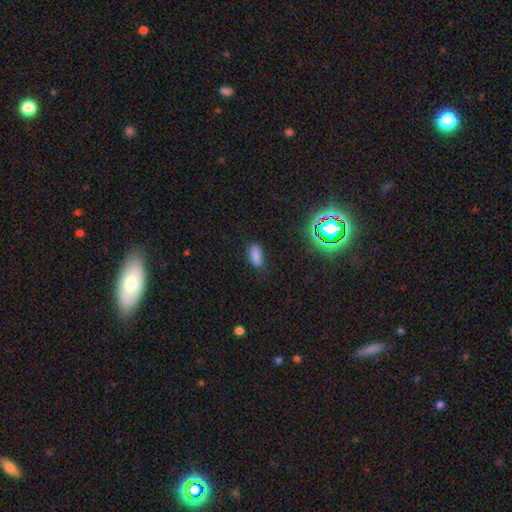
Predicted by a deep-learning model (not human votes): smooth-or-featured: smooth: 80% | star or artifact: 15% | featured or disk: 5%
  how-rounded: in between: 86% | cigar-shaped: 11% | round: 4%
  merging: none: 77% | minor disturbance: 17% | major disturbance: 4% | merger: 2%